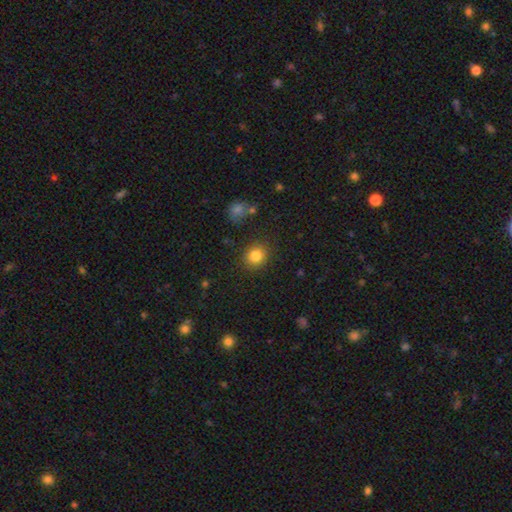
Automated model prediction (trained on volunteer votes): smooth 84%, star or artifact 11%, featured or disk 6%. Down the decision tree: how rounded — round (81%); merging — none (86%).